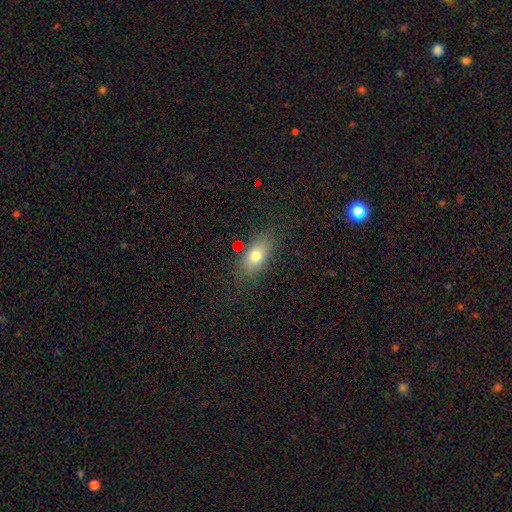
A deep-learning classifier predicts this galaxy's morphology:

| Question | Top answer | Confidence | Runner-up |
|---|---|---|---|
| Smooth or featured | smooth | 74% | featured or disk (15%) |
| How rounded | in between | 78% | round (14%) |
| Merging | none | 80% | minor disturbance (12%) |